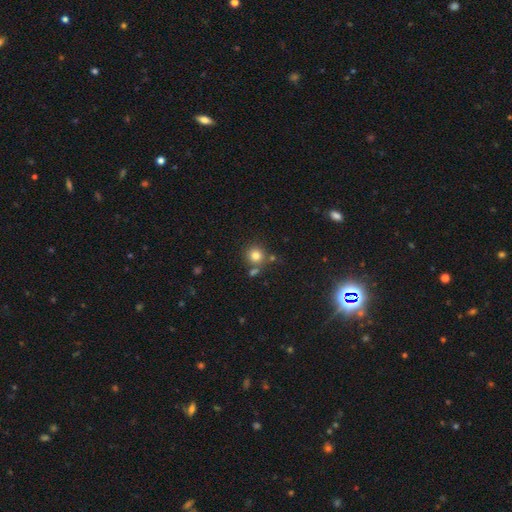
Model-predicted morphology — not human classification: Smooth or featured: smooth — 81% (star or artifact — 12%)
How rounded: round — 91% (in between — 8%)
Merging: none — 71% (merger — 15%)